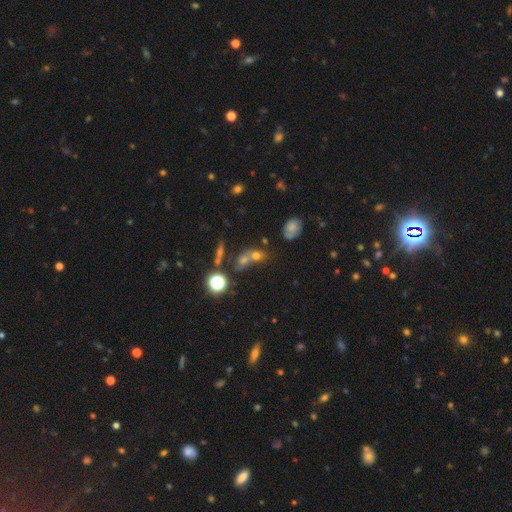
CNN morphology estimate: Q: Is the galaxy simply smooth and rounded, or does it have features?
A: smooth — 58%.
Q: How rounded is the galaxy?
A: in between — 50%.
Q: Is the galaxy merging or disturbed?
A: merger — 53%.